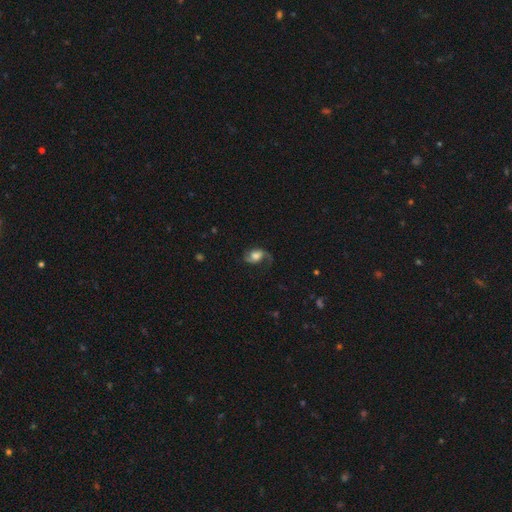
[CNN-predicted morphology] Smooth or featured: featured or disk — 66% (smooth — 25%)
Edge-on disk: no — 96% (yes — 4%)
Bar: no — 58% (weak — 32%)
Spiral arms: yes — 92% (no — 8%)
Spiral winding: loose — 60% (medium — 32%)
Spiral arm count: 2 — 74% (1 — 20%)
Bulge size: large — 40% (moderate — 34%)
Merging: none — 57% (major disturbance — 22%)